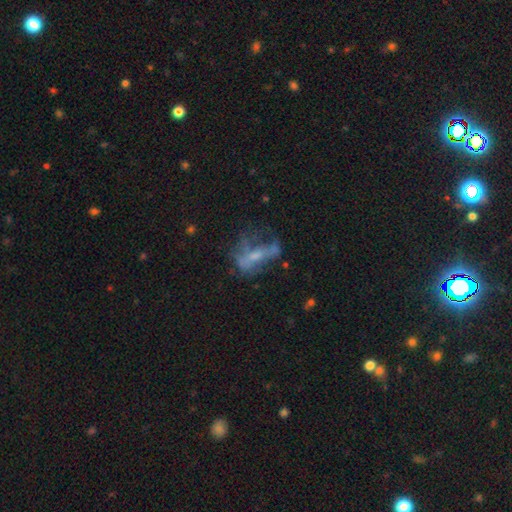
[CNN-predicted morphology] smooth_or_featured: featured or disk (p=0.58) [alt: smooth p=0.27]
disk_edge_on: no (p=0.87) [alt: yes p=0.13]
bar: no (p=0.62) [alt: weak p=0.24]
has_spiral_arms: no (p=0.76) [alt: yes p=0.24]
bulge_size: small (p=0.44) [alt: moderate p=0.26]
merging: major disturbance (p=0.38) [alt: none p=0.36]